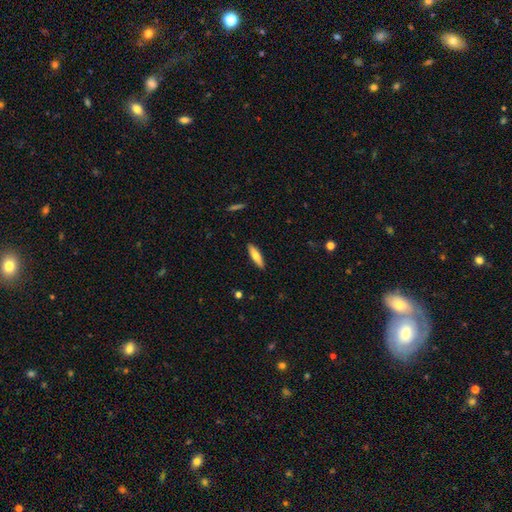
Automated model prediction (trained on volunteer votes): smooth-or-featured: smooth: 70% | featured or disk: 24% | star or artifact: 6%
  how-rounded: cigar-shaped: 69% | in between: 29% | round: 2%
  merging: none: 90% | minor disturbance: 7% | major disturbance: 1% | merger: 1%